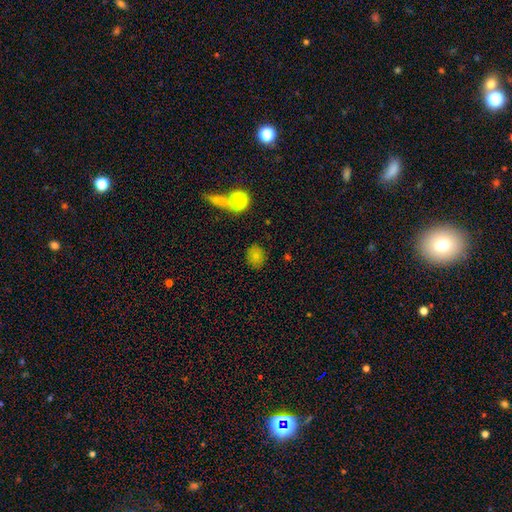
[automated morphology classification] The model was most divided on "how rounded": round: 66%, in between: 32%, cigar-shaped: 1%. More confident: merging — none (82%); smooth or featured — smooth (76%).